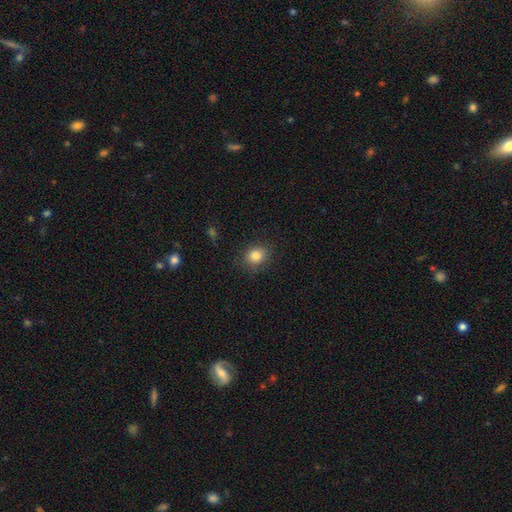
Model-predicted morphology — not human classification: The model was most divided on "how rounded": round: 72%, in between: 28%, cigar-shaped: 1%. More confident: merging — none (85%); smooth or featured — smooth (83%).